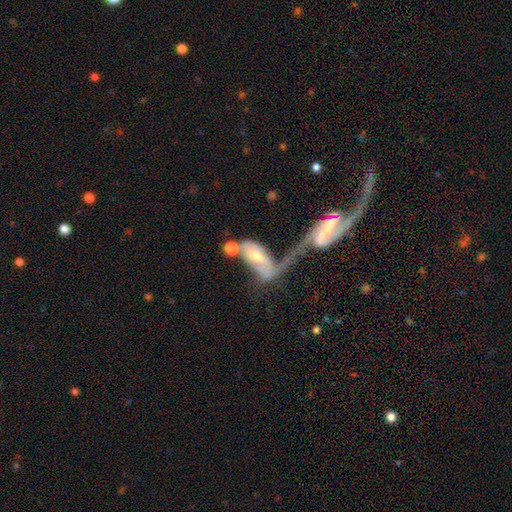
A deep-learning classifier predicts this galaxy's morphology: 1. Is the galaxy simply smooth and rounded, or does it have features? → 64% featured or disk, 28% smooth, 7% star or artifact.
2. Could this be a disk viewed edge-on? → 88% no, 12% yes.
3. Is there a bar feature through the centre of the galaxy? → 42% no, 36% weak, 22% strong.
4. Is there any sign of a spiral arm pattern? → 65% yes, 35% no.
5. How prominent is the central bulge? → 57% moderate, 30% small, 7% large, 4% none, 2% dominant.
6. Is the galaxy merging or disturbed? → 68% merger, 17% major disturbance, 8% none, 6% minor disturbance.